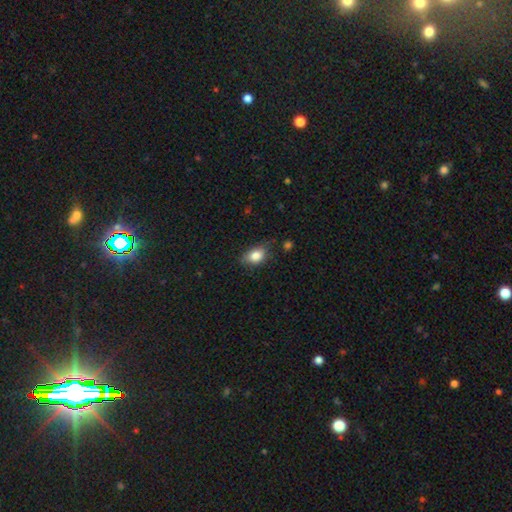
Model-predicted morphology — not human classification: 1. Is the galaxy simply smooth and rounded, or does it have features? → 83% smooth, 9% star or artifact, 8% featured or disk.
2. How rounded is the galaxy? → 78% in between, 21% round, 2% cigar-shaped.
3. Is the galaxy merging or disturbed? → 66% none, 26% minor disturbance, 5% major disturbance, 2% merger.